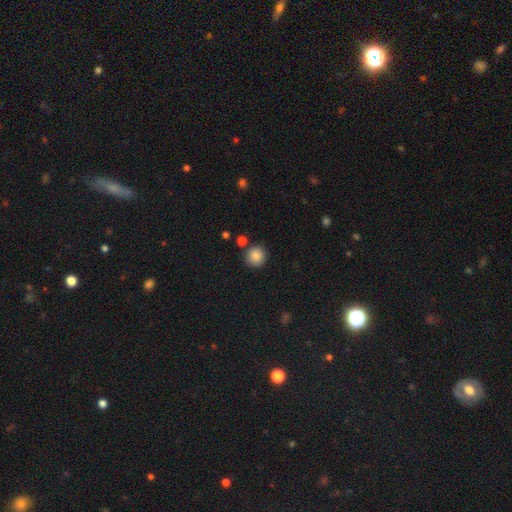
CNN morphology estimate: This is clearly a smooth galaxy (87%). How rounded: clearly round (92%). Merging: clearly none (84%).